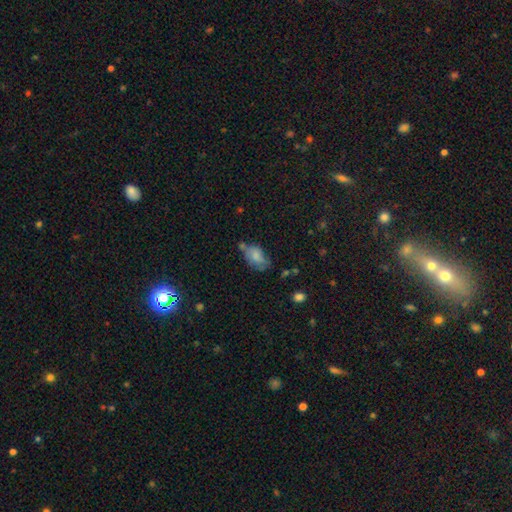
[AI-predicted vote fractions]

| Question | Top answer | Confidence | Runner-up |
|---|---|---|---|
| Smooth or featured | smooth | 72% | featured or disk (19%) |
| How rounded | in between | 89% | round (9%) |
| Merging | none | 41% | minor disturbance (32%) |